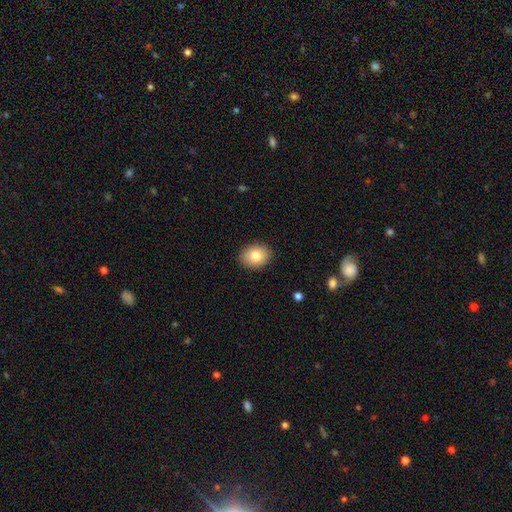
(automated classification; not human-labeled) Smooth or featured: smooth — 82% (featured or disk — 10%)
How rounded: in between — 57% (round — 42%)
Merging: none — 89% (minor disturbance — 8%)